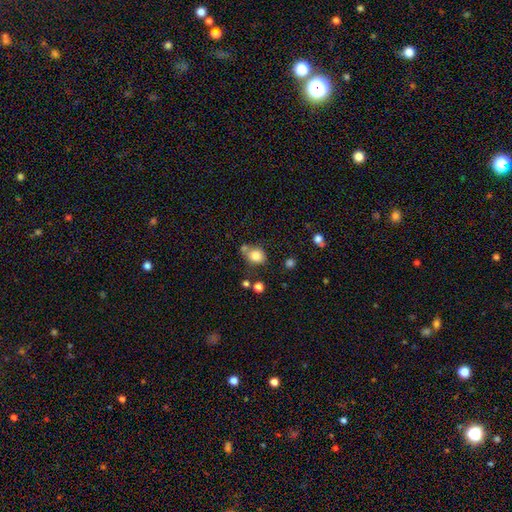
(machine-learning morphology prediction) Smooth or featured? Predicted: smooth (p=0.81). How rounded? Predicted: round (p=0.69). Merging? Predicted: none (p=0.59).